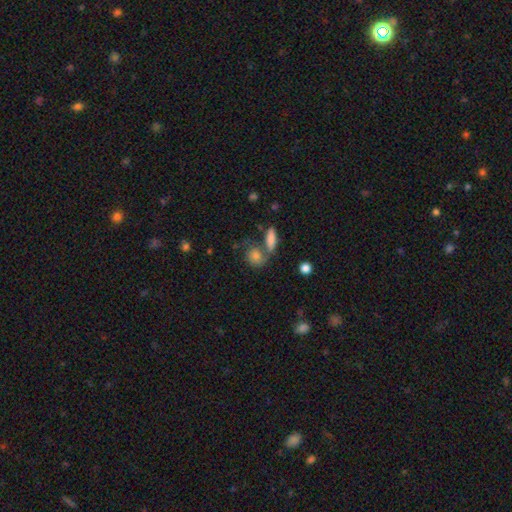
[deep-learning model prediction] smooth-or-featured: smooth: 71% | featured or disk: 19% | star or artifact: 10%
  how-rounded: round: 53% | in between: 42% | cigar-shaped: 5%
  merging: none: 44% | merger: 34% | minor disturbance: 14% | major disturbance: 8%